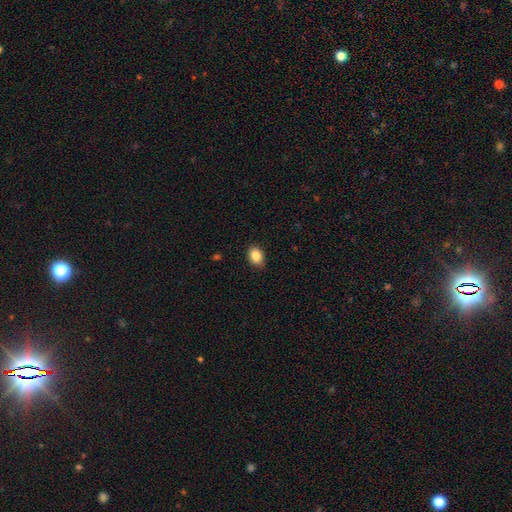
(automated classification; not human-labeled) smooth_or_featured: smooth (p=0.87) [alt: star or artifact p=0.08]
how_rounded: in between (p=0.69) [alt: round p=0.30]
merging: none (p=0.86) [alt: minor disturbance p=0.10]